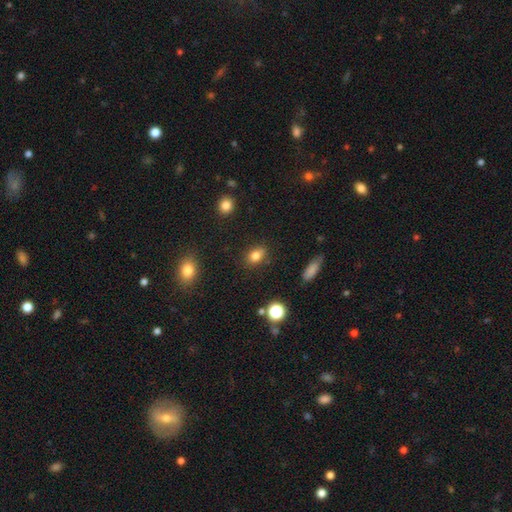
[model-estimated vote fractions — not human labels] Smooth or featured: smooth — 80% (star or artifact — 12%)
How rounded: in between — 67% (round — 30%)
Merging: none — 80% (minor disturbance — 13%)